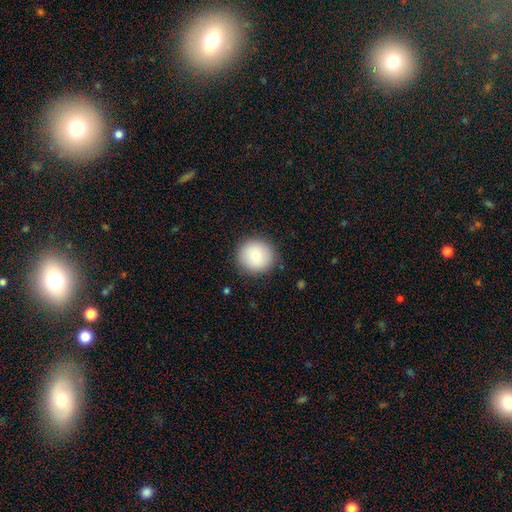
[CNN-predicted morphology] Smooth or featured: smooth — 83% (featured or disk — 9%)
How rounded: round — 92% (in between — 7%)
Merging: none — 88% (minor disturbance — 8%)